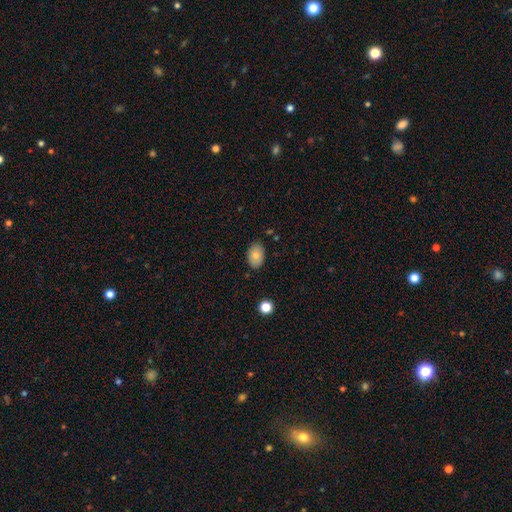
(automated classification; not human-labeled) smooth 79%, featured or disk 13%, star or artifact 8%. Down the decision tree: how rounded — in between (86%); merging — none (83%).